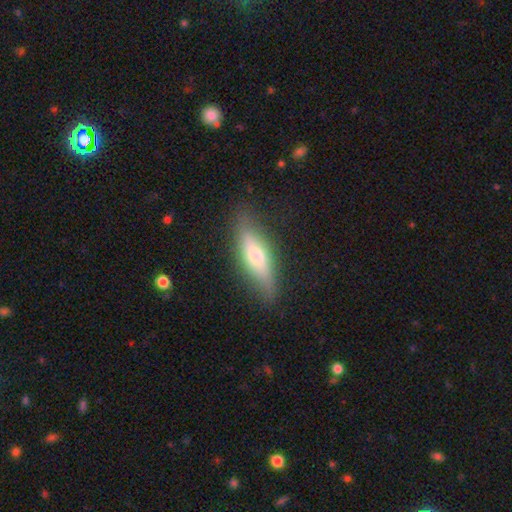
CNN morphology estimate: A smooth galaxy with no disk features (53%) that is cigar-shaped (58%). Merging: none (81%).